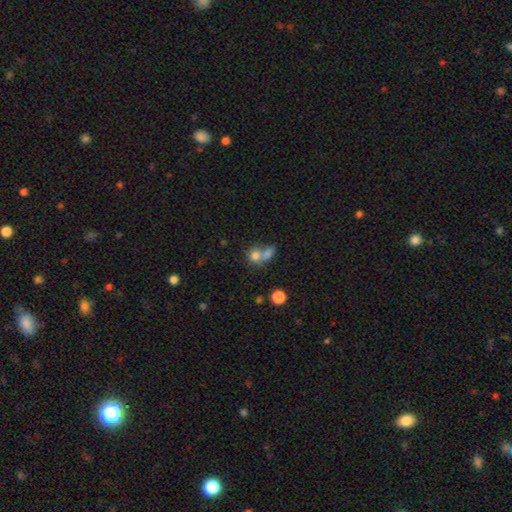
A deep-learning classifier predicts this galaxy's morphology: smooth-or-featured: smooth: 76% | featured or disk: 12% | star or artifact: 12%
  how-rounded: round: 71% | in between: 28% | cigar-shaped: 1%
  merging: merger: 57% | none: 30% | minor disturbance: 8% | major disturbance: 5%